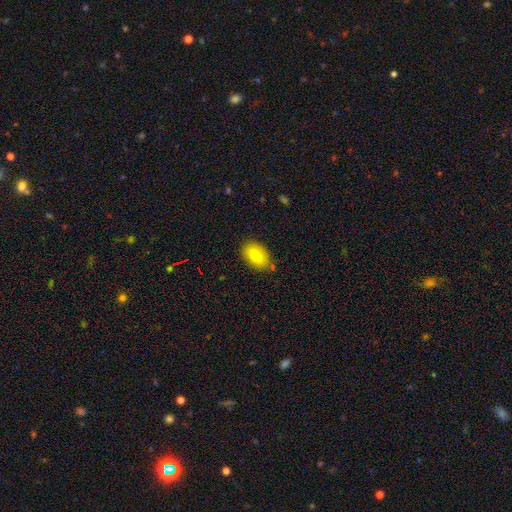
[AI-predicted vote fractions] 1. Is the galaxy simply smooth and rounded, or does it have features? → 76% smooth, 16% featured or disk, 8% star or artifact.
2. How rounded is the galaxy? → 87% in between, 11% round, 2% cigar-shaped.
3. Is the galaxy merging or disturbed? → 81% none, 13% minor disturbance, 3% merger, 3% major disturbance.